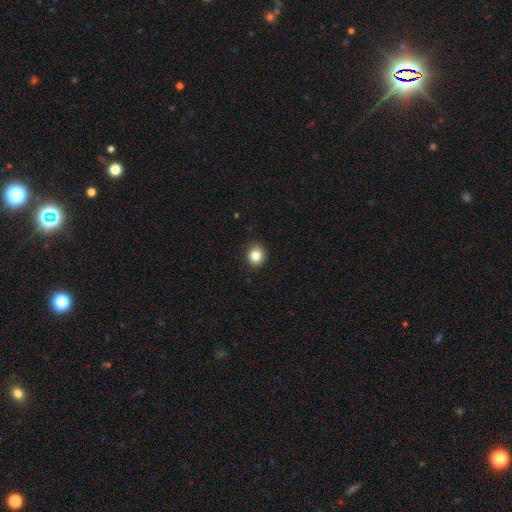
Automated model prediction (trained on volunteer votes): Morphology: type=smooth (84%); roundness=round (81%); merging=none (89%).